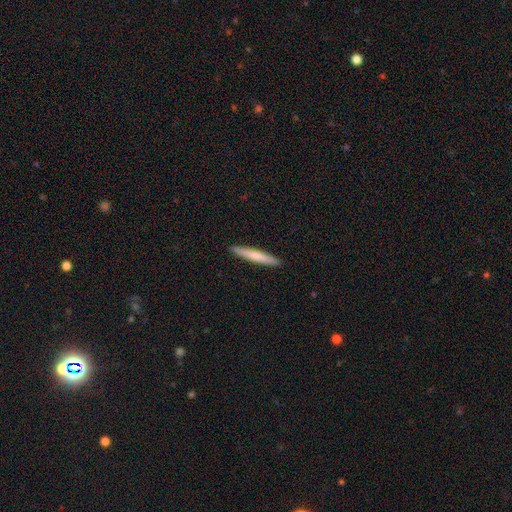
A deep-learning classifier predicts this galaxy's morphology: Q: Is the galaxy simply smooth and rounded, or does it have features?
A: smooth — 68%.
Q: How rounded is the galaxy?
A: cigar-shaped — 95%.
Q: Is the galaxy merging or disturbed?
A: none — 93%.